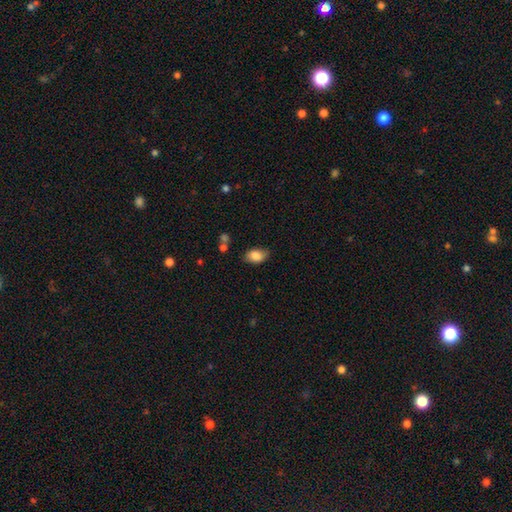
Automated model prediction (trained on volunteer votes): The model was most divided on "merging": none: 79%, minor disturbance: 15%, major disturbance: 3%, merger: 3%. More confident: how rounded — in between (89%); smooth or featured — smooth (84%).